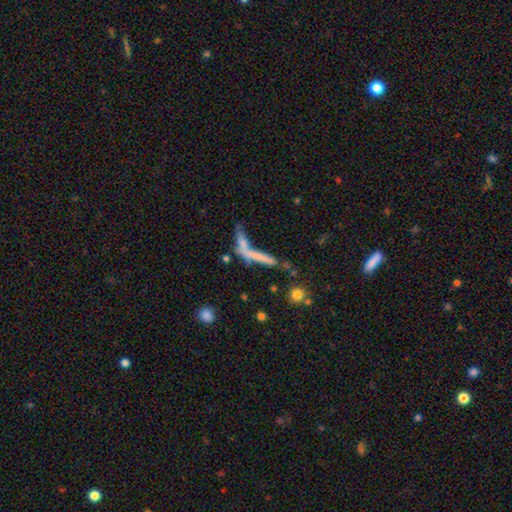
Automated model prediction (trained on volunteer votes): Smooth or featured? smooth (49%)
Merging? merger (37%)